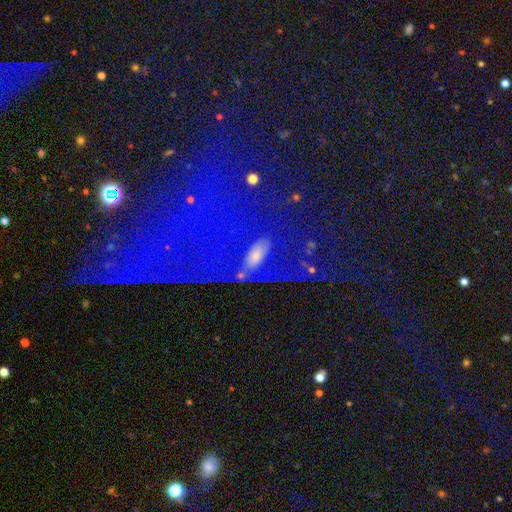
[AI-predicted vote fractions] Smooth or featured: smooth — 50% (featured or disk — 31%)
How rounded: in between — 79% (cigar-shaped — 13%)
Merging: none — 45% (major disturbance — 20%)